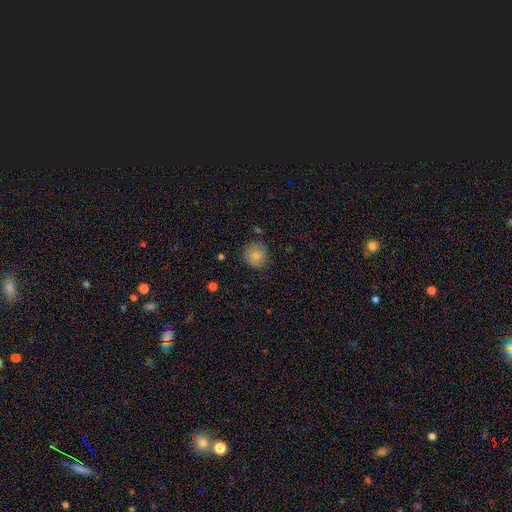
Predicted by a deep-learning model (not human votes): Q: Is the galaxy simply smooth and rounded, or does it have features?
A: smooth — 81%.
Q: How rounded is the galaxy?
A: round — 89%.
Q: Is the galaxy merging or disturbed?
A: none — 82%.